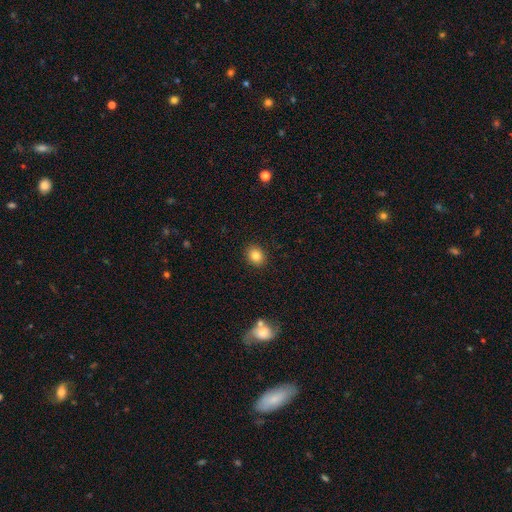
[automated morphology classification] This is clearly a smooth galaxy (84%). How rounded: likely round (61%). Merging: clearly none (90%).